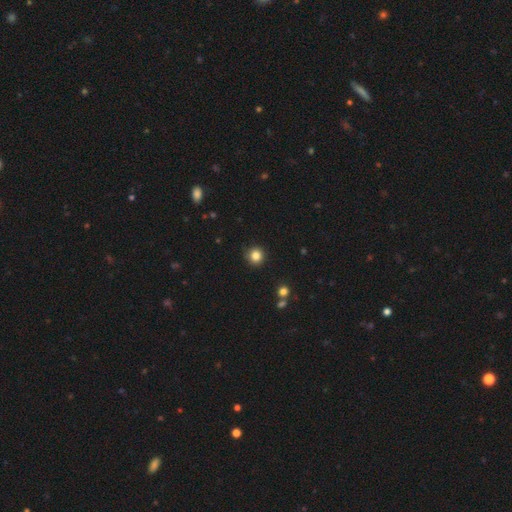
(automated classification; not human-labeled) The model was most divided on "smooth or featured": smooth: 84%, star or artifact: 12%, featured or disk: 4%. More confident: how rounded — round (94%); merging — none (91%).